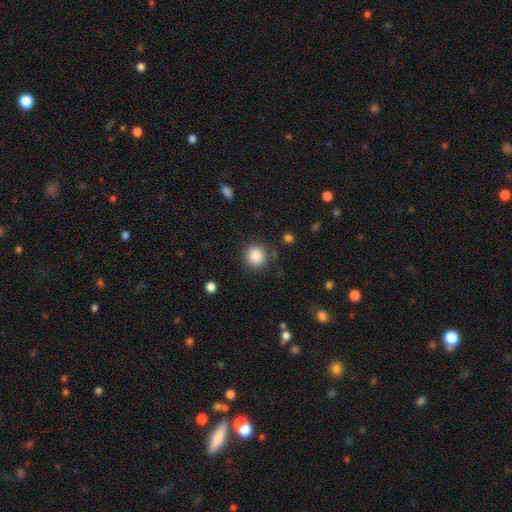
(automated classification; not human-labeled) Smooth or featured? Predicted: smooth (p=0.87). How rounded? Predicted: round (p=0.91). Merging? Predicted: none (p=0.85).